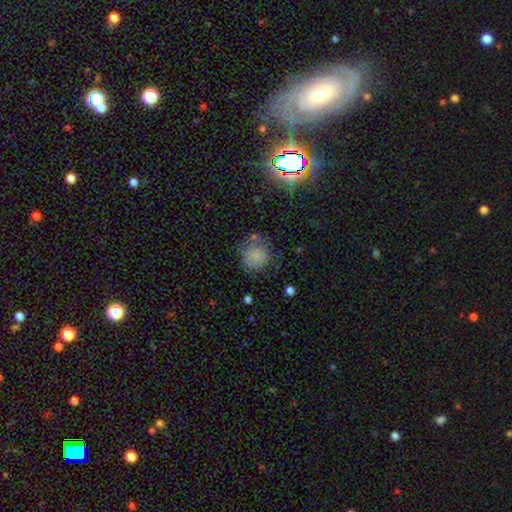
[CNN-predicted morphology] The model was most divided on "merging": none: 65%, minor disturbance: 20%, major disturbance: 9%, merger: 7%. More confident: how rounded — round (88%); smooth or featured — smooth (79%).